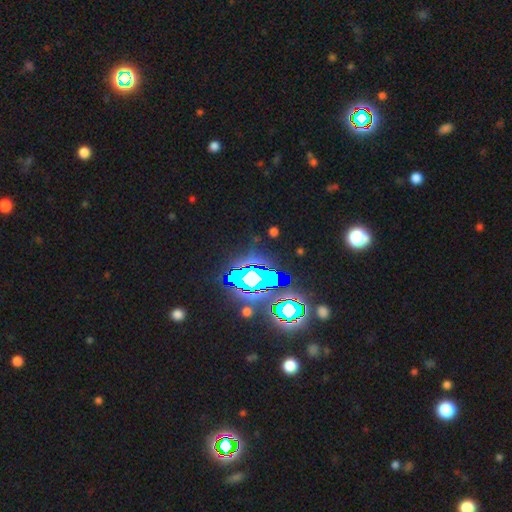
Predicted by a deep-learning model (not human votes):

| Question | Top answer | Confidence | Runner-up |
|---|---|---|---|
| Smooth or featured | star or artifact | 76% | featured or disk (12%) |